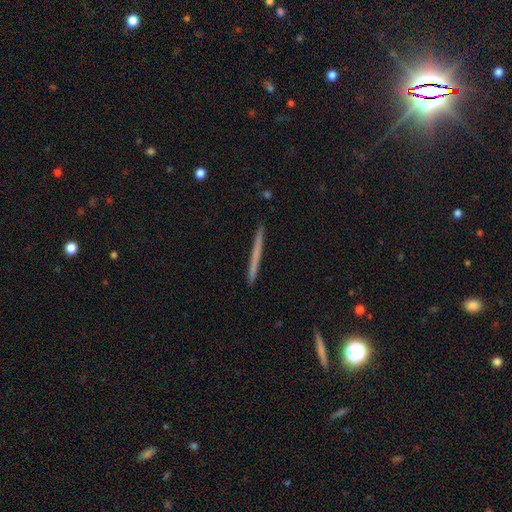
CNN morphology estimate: smooth 52%, featured or disk 41%, star or artifact 7%. Down the decision tree: how rounded — cigar-shaped (97%); merging — none (92%).